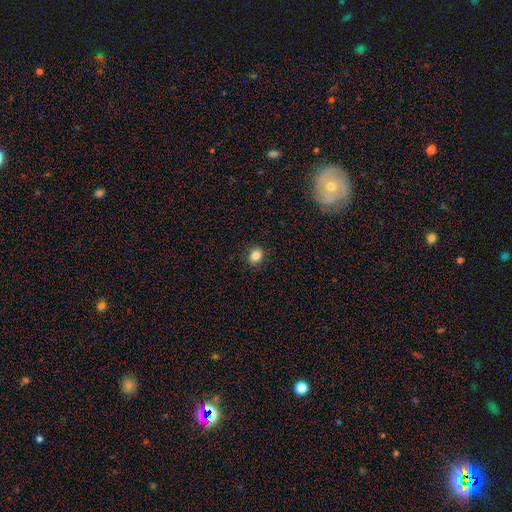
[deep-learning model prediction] A smooth galaxy with no disk features (85%) that is round (58%).

Vote fractions:
- Smooth or featured? smooth: 85% / star or artifact: 10% / featured or disk: 5%
- How rounded? round: 58% / in between: 41% / cigar-shaped: 1%
- Merging? none: 89% / minor disturbance: 8% / major disturbance: 2% / merger: 1%